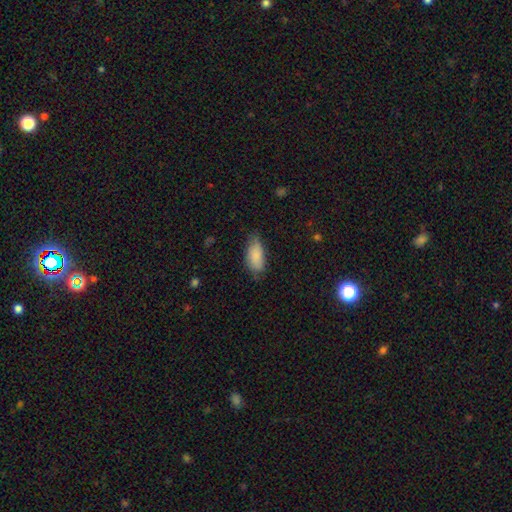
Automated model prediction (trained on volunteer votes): smooth-or-featured: smooth: 85% | featured or disk: 9% | star or artifact: 6%
  how-rounded: in between: 90% | cigar-shaped: 8% | round: 2%
  merging: none: 61% | minor disturbance: 30% | major disturbance: 7% | merger: 1%